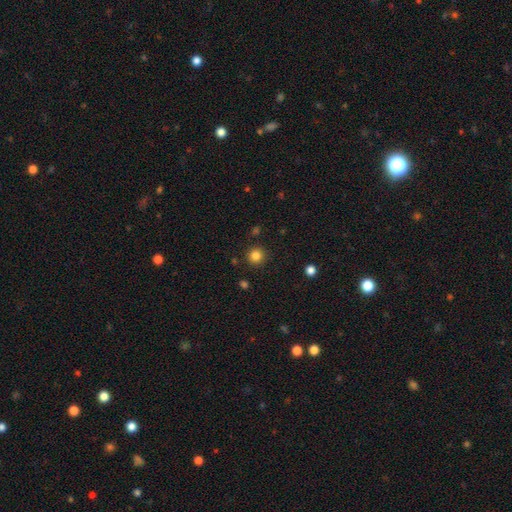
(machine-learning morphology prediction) This appears to be a smooth galaxy with no disk features (83%) that is round (94%). Merging: none (90%).